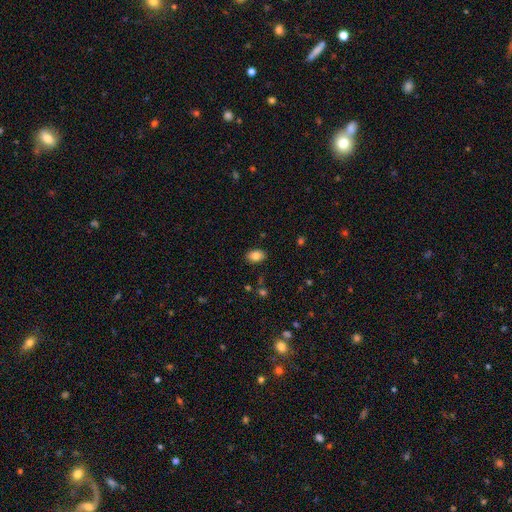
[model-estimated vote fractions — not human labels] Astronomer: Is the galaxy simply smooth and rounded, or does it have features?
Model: smooth — 84%.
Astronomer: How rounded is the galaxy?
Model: in between — 83%.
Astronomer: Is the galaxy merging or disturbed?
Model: none — 86%.